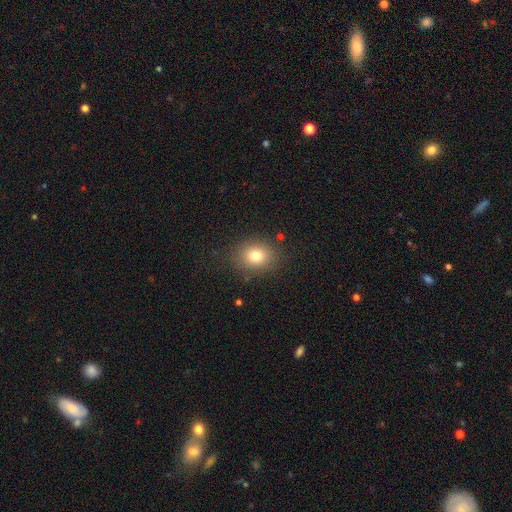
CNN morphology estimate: smooth 78%, star or artifact 12%, featured or disk 9%. Down the decision tree: how rounded — round (57%); merging — none (84%).